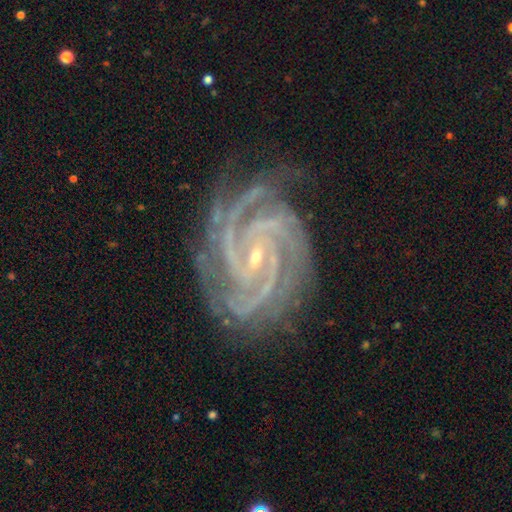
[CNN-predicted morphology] A featured or disk galaxy (93%) with no bar (40%), 4 (28%) tight (76%) spiral arms (99%) and a small central bulge (86%). Merging: none (76%).